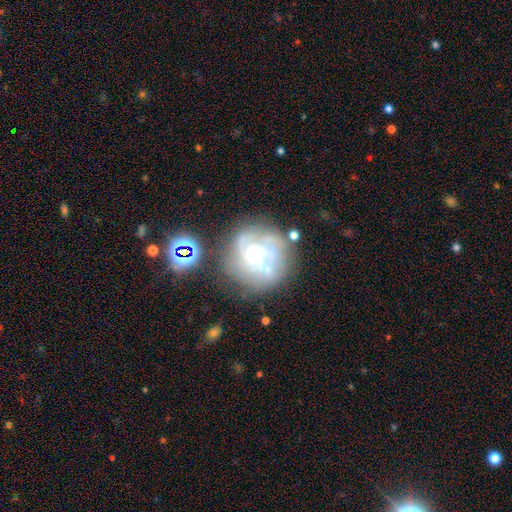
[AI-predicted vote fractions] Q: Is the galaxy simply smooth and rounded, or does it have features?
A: featured or disk — 71%.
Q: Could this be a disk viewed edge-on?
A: no — 98%.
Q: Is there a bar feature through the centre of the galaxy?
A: no — 73%.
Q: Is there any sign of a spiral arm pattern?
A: yes — 77%.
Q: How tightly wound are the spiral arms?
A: tight — 49%.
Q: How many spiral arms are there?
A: can't tell — 39%.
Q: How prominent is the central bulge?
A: small — 48%.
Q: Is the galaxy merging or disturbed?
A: none — 55%.